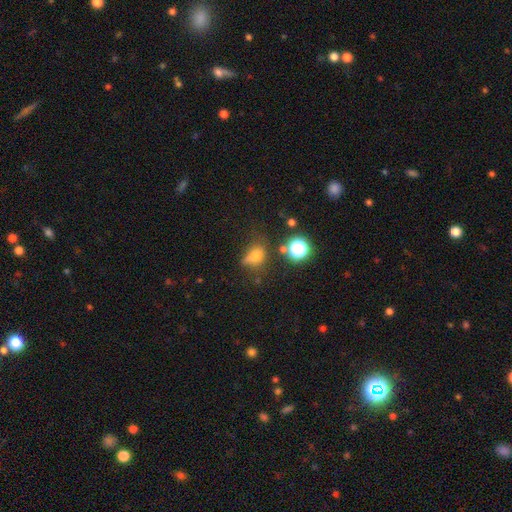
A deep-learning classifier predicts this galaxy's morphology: The model was most divided on "how rounded": in between: 55%, round: 42%, cigar-shaped: 3%. Remaining: smooth or featured — smooth (68%); merging — none (46%).